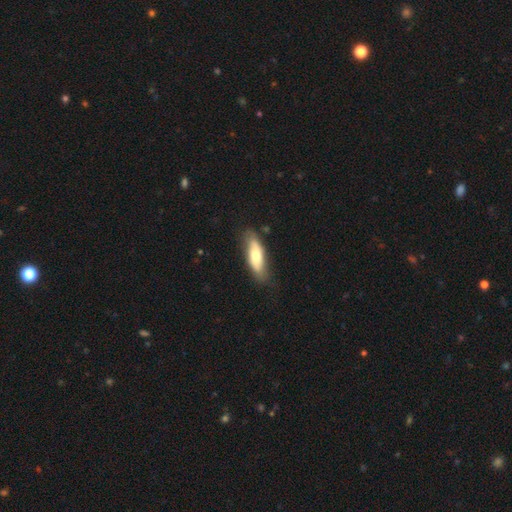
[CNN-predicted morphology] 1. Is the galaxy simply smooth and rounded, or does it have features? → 63% smooth, 31% featured or disk, 5% star or artifact.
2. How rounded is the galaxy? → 62% in between, 36% cigar-shaped, 2% round.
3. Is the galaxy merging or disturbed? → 76% none, 18% minor disturbance, 4% major disturbance, 2% merger.